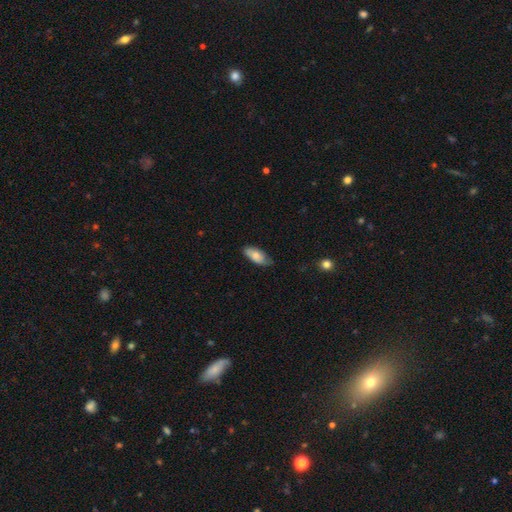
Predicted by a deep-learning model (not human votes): This appears to be a smooth galaxy with no disk features (79%) that is in between round and cigar-shaped (87%). Merging: none (72%).